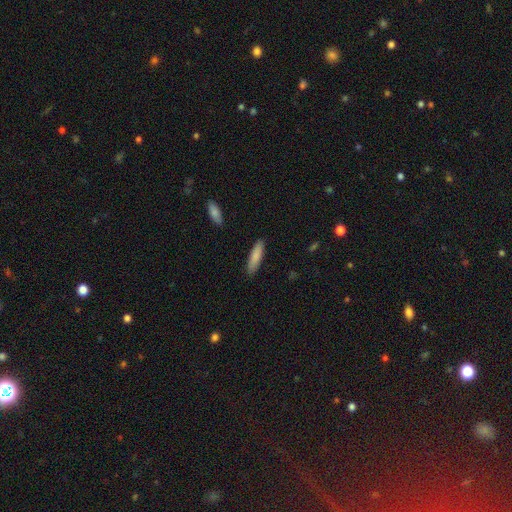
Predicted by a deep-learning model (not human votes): Q: Smooth or featured?
A: smooth (85%); runner-up: featured or disk (10%)
Q: How rounded?
A: cigar-shaped (67%); runner-up: in between (32%)
Q: Merging?
A: none (88%); runner-up: minor disturbance (9%)